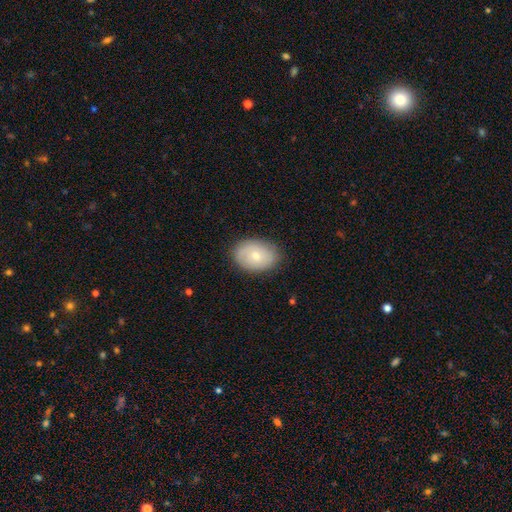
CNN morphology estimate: Smooth or featured? Predicted: smooth (p=0.69). How rounded? Predicted: in between (p=0.77). Merging? Predicted: none (p=0.83).